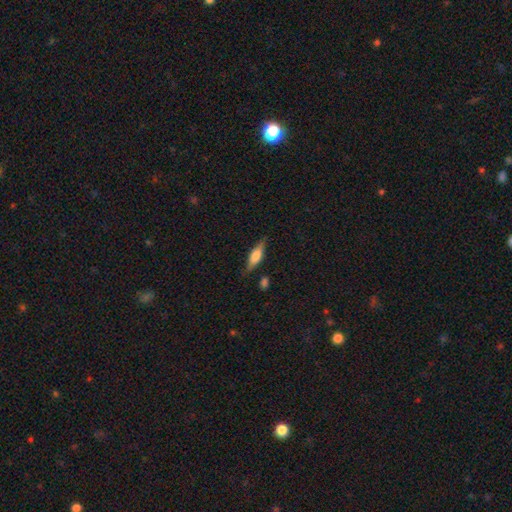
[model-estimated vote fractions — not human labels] Smooth or featured? smooth (57%)
How rounded? cigar-shaped (51%)
Merging? none (78%)